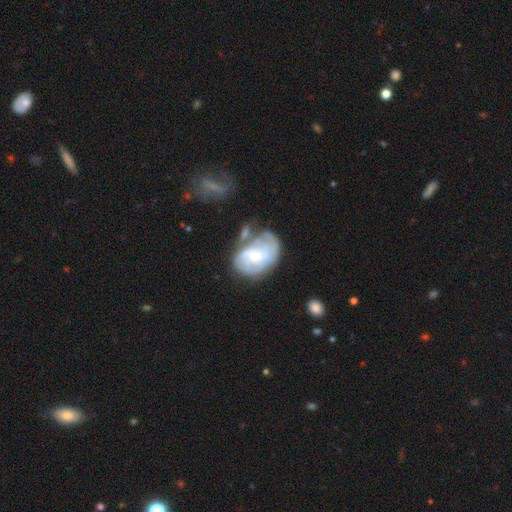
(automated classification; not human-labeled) A featured or disk galaxy (68%) with no bar (53%), spiral arms (74%) and a small central bulge (54%).

Vote fractions:
- Smooth or featured? featured or disk: 68% / smooth: 26% / star or artifact: 6%
- Edge-on disk? no: 97% / yes: 3%
- Bar? no: 53% / weak: 39% / strong: 8%
- Spiral arms? yes: 74% / no: 26%
- Bulge size? small: 54% / moderate: 40% / large: 3% / none: 3% / dominant: 1%
- Merging? none: 37% / minor disturbance: 25% / major disturbance: 20% / merger: 19%